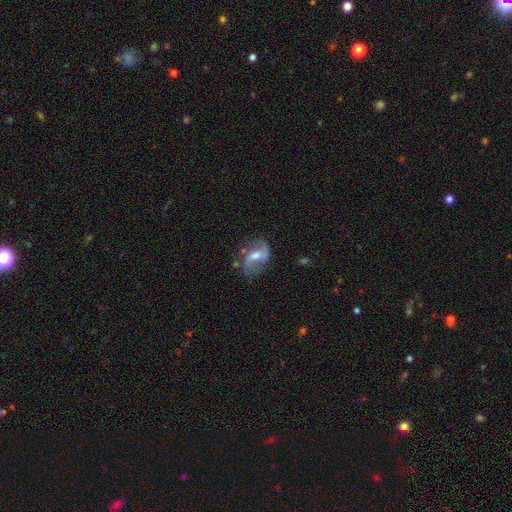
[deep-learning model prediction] This is likely a featured or disk galaxy (79%). It is clearly not viewed edge-on (96%). Bar: possibly weak (47%). Spiral arm pattern: clearly yes (91%). Spiral arm count: clearly 2 (89%). Spiral winding: likely loose (66%). Central bulge: likely moderate (61%). Merging: likely none (68%).